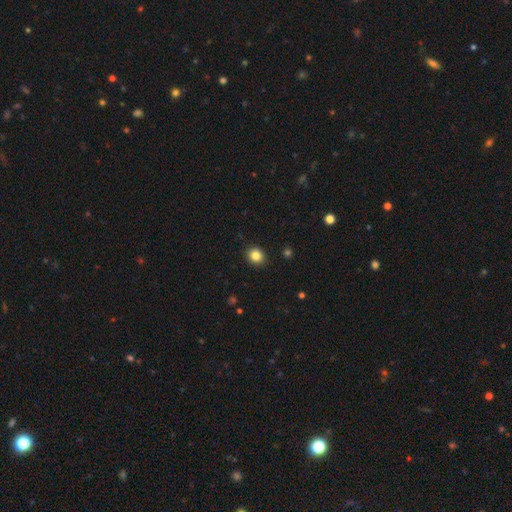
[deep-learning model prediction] Smooth or featured: smooth — 84% (star or artifact — 11%)
How rounded: round — 79% (in between — 20%)
Merging: none — 91% (minor disturbance — 6%)